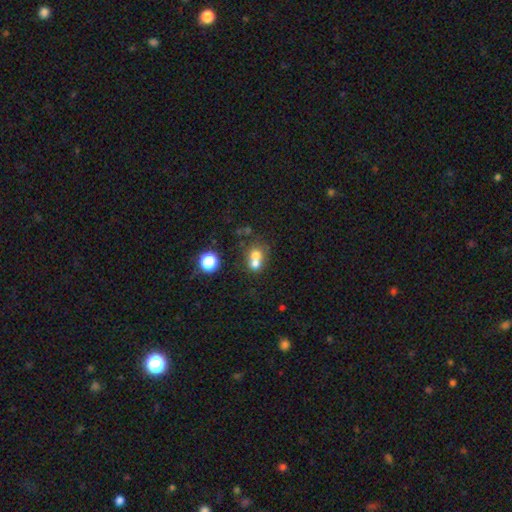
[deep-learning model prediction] Morphology: type=smooth (66%); roundness=round (74%); merging=merger (63%).